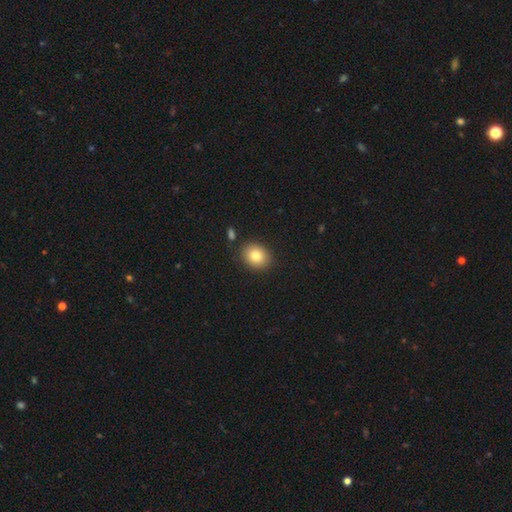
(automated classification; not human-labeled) Q: Smooth or featured?
A: smooth (84%); runner-up: star or artifact (9%)
Q: How rounded?
A: round (55%); runner-up: in between (44%)
Q: Merging?
A: none (85%); runner-up: minor disturbance (9%)